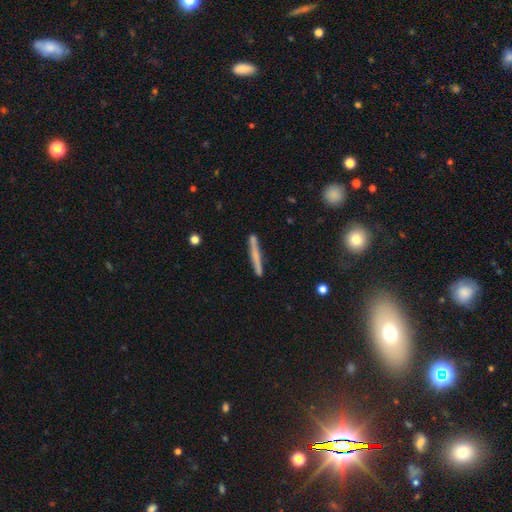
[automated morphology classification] A smooth galaxy with no disk features (57%) that is cigar-shaped (95%).

Vote fractions:
- Smooth or featured? smooth: 57% / featured or disk: 35% / star or artifact: 8%
- How rounded? cigar-shaped: 95% / in between: 3% / round: 2%
- Merging? none: 86% / minor disturbance: 9% / merger: 2% / major disturbance: 2%